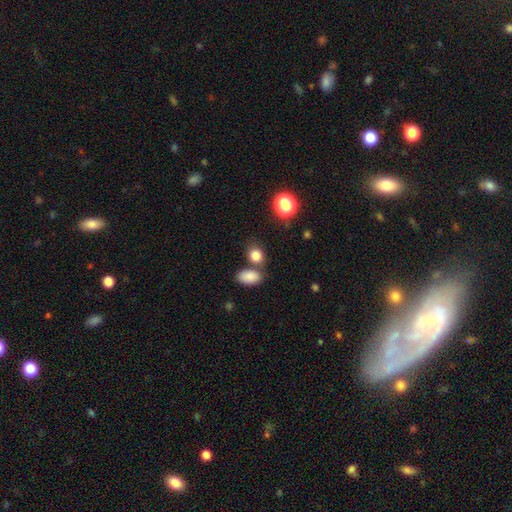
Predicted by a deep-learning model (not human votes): A smooth galaxy with no disk features (83%) that is in between round and cigar-shaped (50%).

Vote fractions:
- Smooth or featured? smooth: 83% / star or artifact: 12% / featured or disk: 6%
- How rounded? in between: 50% / round: 49% / cigar-shaped: 2%
- Merging? none: 63% / merger: 22% / minor disturbance: 11% / major disturbance: 4%